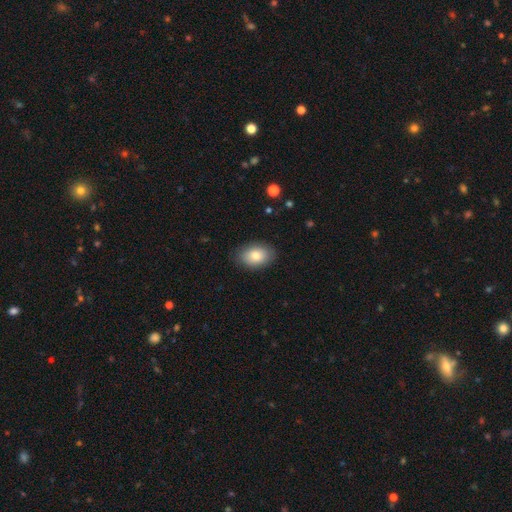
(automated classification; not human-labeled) smooth-or-featured: smooth: 83% | featured or disk: 10% | star or artifact: 7%
  how-rounded: in between: 86% | round: 13% | cigar-shaped: 1%
  merging: none: 86% | minor disturbance: 11% | major disturbance: 3% | merger: 1%